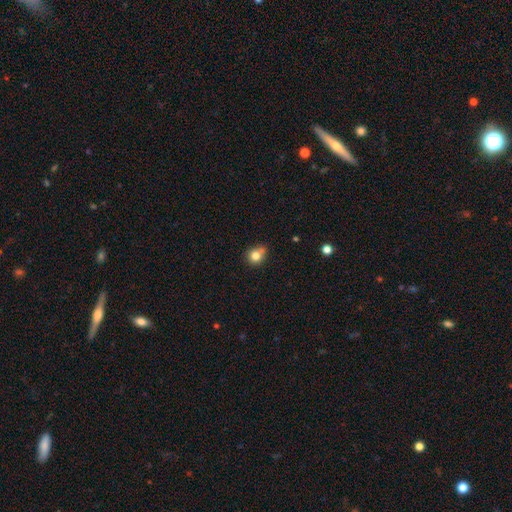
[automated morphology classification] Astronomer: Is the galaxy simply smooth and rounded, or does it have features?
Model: smooth — 79%.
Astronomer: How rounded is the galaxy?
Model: round — 78%.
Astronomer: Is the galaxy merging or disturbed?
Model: none — 53%.